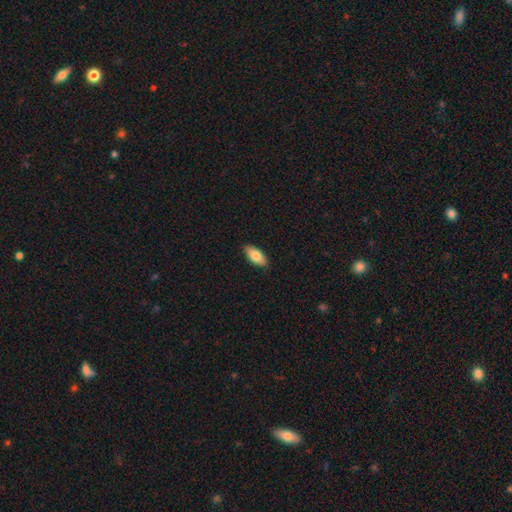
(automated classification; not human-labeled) Smooth or featured? smooth (82%)
How rounded? in between (88%)
Merging? none (89%)